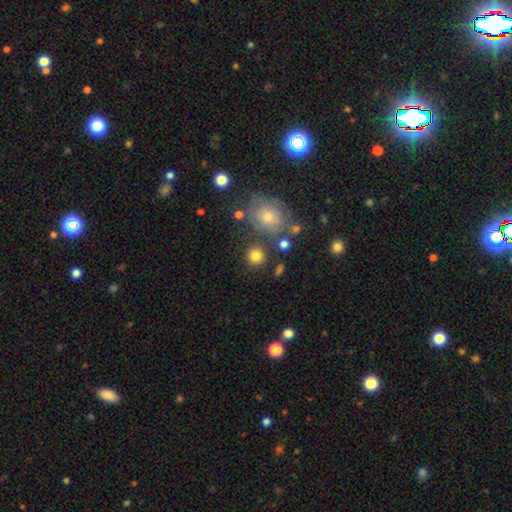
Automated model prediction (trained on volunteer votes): This is likely a smooth galaxy (79%). How rounded: clearly round (88%). Merging: likely none (76%).